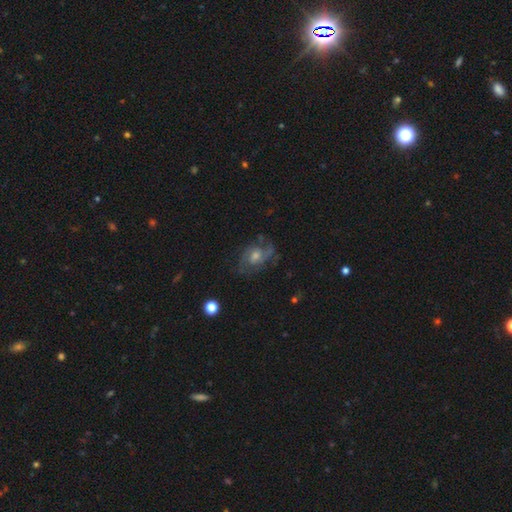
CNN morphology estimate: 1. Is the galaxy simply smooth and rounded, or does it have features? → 72% featured or disk, 16% smooth, 13% star or artifact.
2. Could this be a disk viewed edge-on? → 96% no, 4% yes.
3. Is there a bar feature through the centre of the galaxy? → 64% no, 31% weak, 5% strong.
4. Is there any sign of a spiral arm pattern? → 90% yes, 10% no.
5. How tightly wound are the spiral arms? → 48% medium, 29% tight, 22% loose.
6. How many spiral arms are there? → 51% 2, 24% can't tell, 12% 3, 6% 1, 4% 4, 3% more than 4.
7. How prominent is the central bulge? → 52% moderate, 35% small, 7% large, 4% none, 1% dominant.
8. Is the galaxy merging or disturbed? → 67% none, 18% minor disturbance, 13% major disturbance, 2% merger.